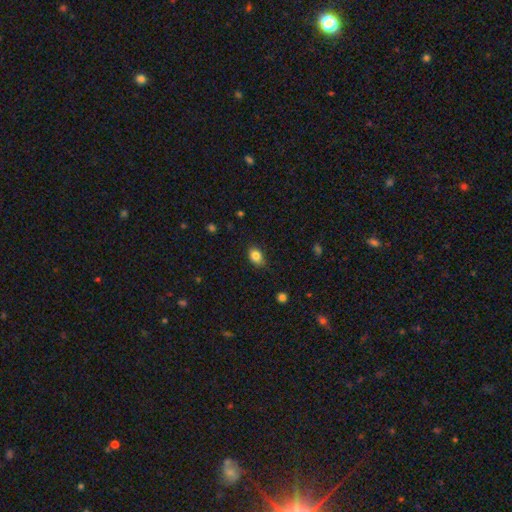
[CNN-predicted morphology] Smooth or featured?
  - smooth: 84% *
  - star or artifact: 9%
  - featured or disk: 6%
How rounded?
  - in between: 74% *
  - round: 25%
  - cigar-shaped: 1%
Merging?
  - none: 74% *
  - minor disturbance: 21%
  - major disturbance: 4%
  - merger: 1%